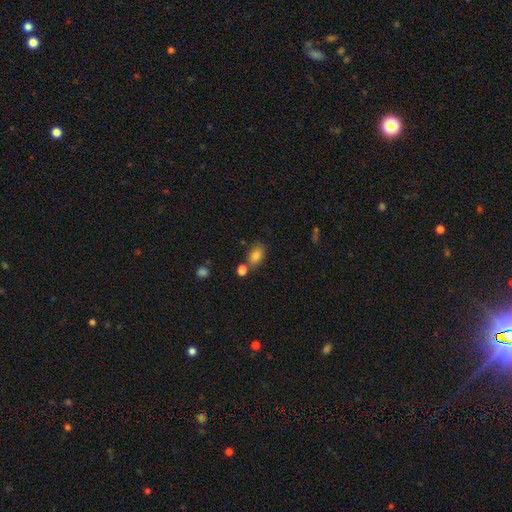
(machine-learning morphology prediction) Smooth or featured: smooth — 82% (star or artifact — 10%)
How rounded: in between — 84% (round — 14%)
Merging: none — 62% (merger — 20%)